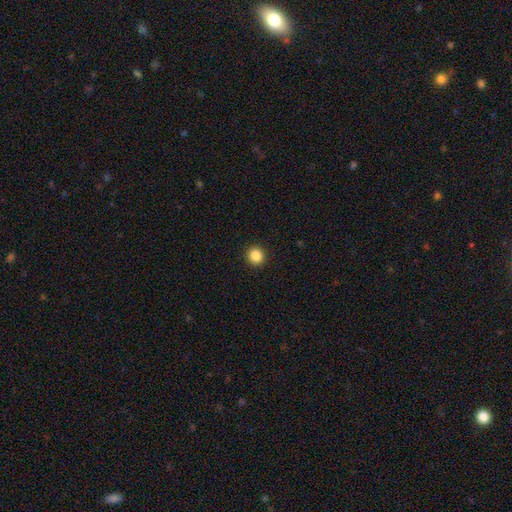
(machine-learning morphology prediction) A smooth galaxy with no disk features (86%) that is round (94%). Merging: none (93%).